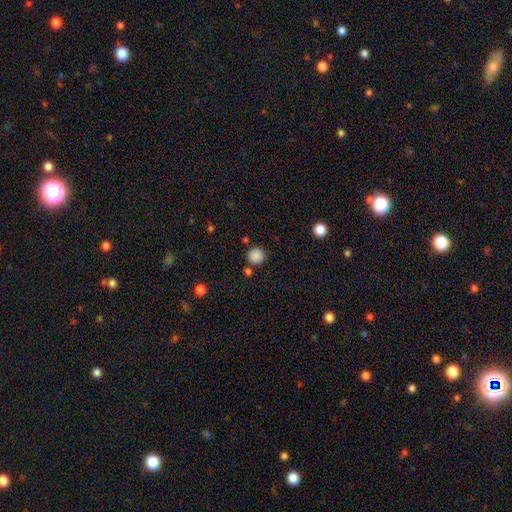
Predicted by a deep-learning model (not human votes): Smooth or featured?
  - smooth: 86% *
  - star or artifact: 11%
  - featured or disk: 3%
How rounded?
  - round: 93% *
  - in between: 6%
  - cigar-shaped: 1%
Merging?
  - none: 82% *
  - minor disturbance: 9%
  - merger: 6%
  - major disturbance: 3%